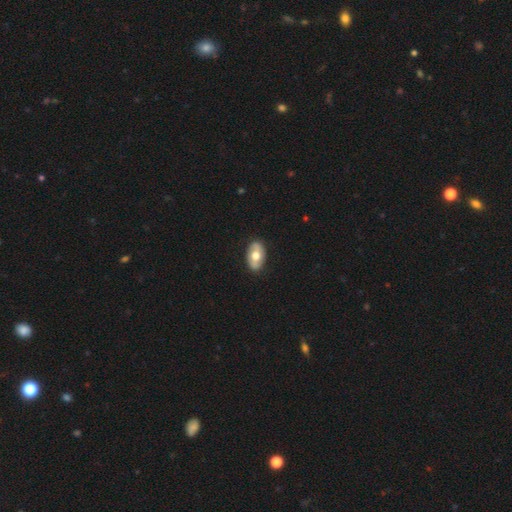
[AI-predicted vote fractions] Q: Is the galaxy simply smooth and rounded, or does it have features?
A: smooth — 55%.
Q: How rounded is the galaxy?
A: in between — 91%.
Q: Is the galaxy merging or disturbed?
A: none — 87%.